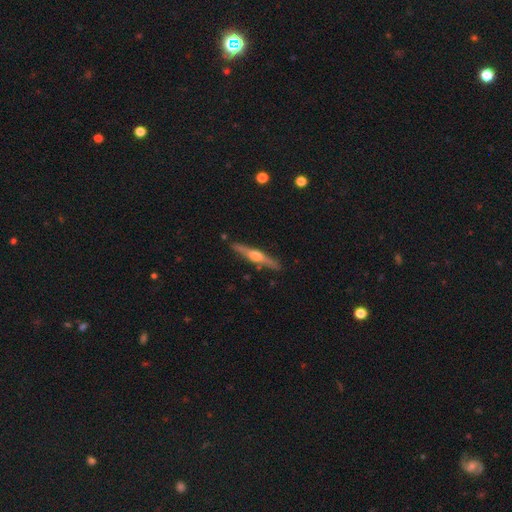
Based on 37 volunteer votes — Smooth or featured? featured or disk (81%)
Edge-on disk? yes (100%)
Edge-on bulge? rounded (93%)
Merging? none (86%)